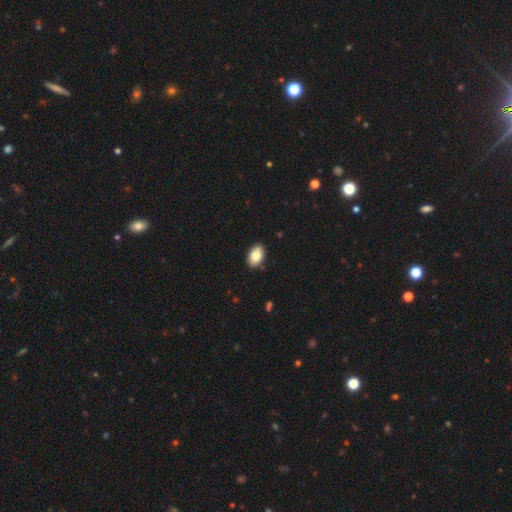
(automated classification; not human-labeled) This is clearly a smooth galaxy (83%). How rounded: clearly in between (92%). Merging: clearly none (89%).